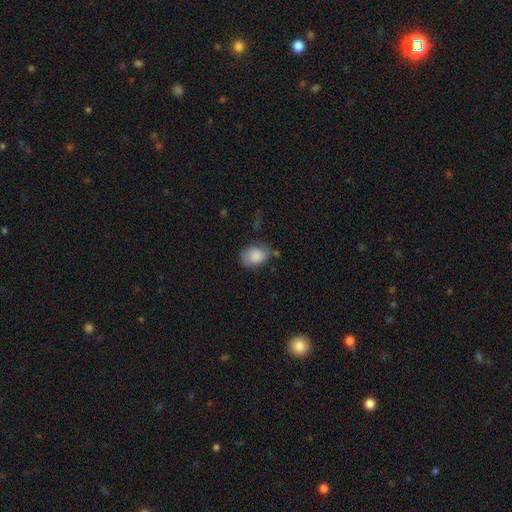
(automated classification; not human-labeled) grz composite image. It shows a smooth galaxy with no disk features (83%) that is in between round and cigar-shaped (70%). Merging: none (56%).